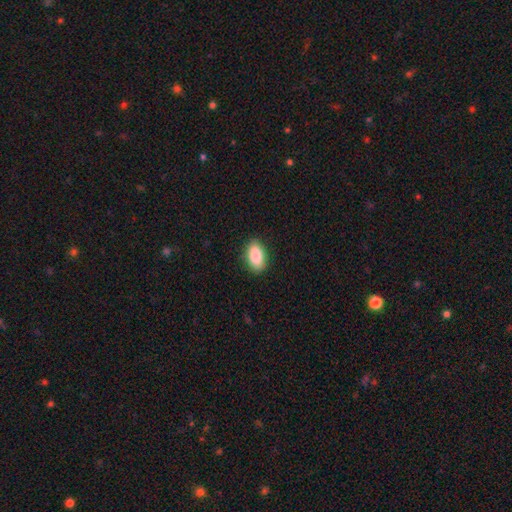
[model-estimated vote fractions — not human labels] The model was most divided on "merging": none: 88%, minor disturbance: 9%, major disturbance: 2%, merger: 1%. More confident: how rounded — in between (92%); smooth or featured — smooth (88%).